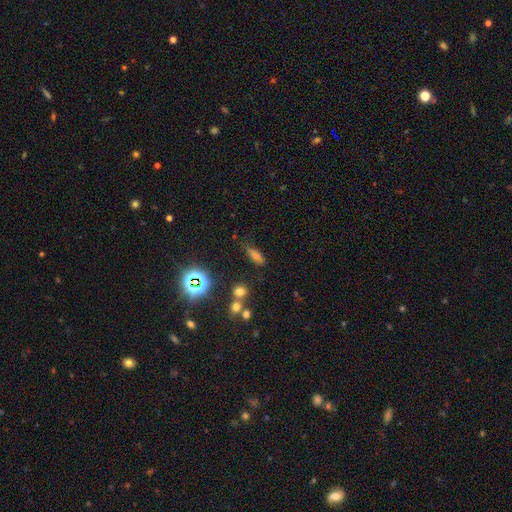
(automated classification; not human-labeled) Smooth or featured? Predicted: smooth (p=0.58). How rounded? Predicted: in between (p=0.56). Merging? Predicted: none (p=0.70).